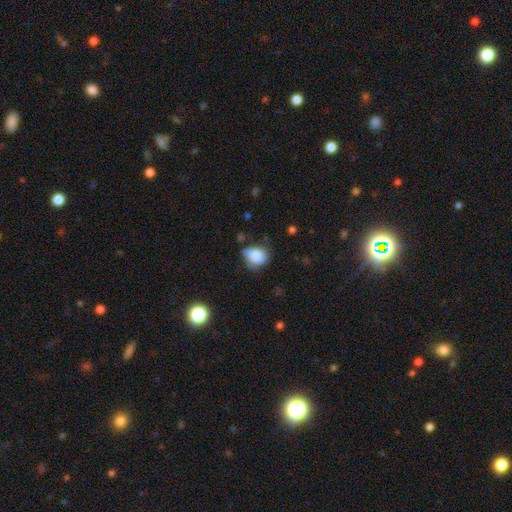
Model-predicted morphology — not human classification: A smooth galaxy with no disk features (79%) that is round (59%). Merging: none (49%).